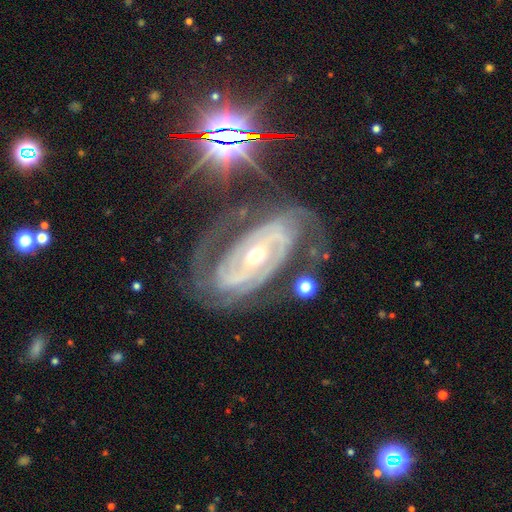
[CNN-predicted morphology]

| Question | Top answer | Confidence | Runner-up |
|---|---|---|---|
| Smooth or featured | featured or disk | 88% | star or artifact (8%) |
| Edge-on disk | no | 95% | yes (5%) |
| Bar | strong | 43% | weak (30%) |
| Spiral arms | yes | 97% | no (3%) |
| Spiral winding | tight | 62% | medium (32%) |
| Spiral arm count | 2 | 61% | 3 (14%) |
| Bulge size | small | 51% | moderate (46%) |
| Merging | none | 68% | minor disturbance (18%) |